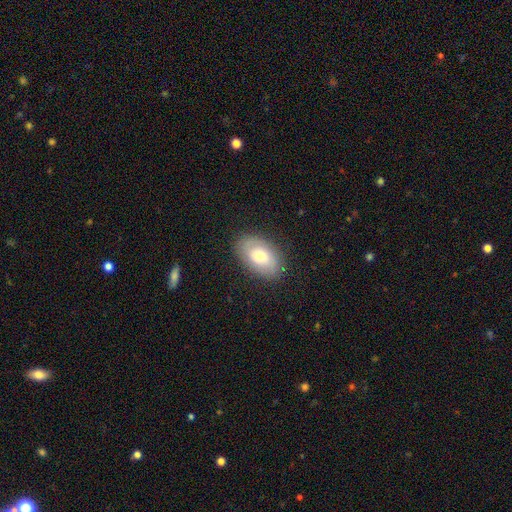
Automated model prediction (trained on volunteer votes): A smooth galaxy with no disk features (64%) that is in between round and cigar-shaped (92%). Merging: none (84%).